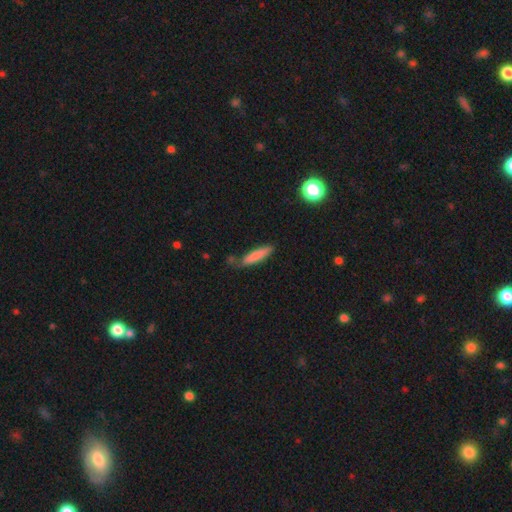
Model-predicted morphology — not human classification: type=smooth (83%); roundness=cigar-shaped (82%); merging=none (70%).